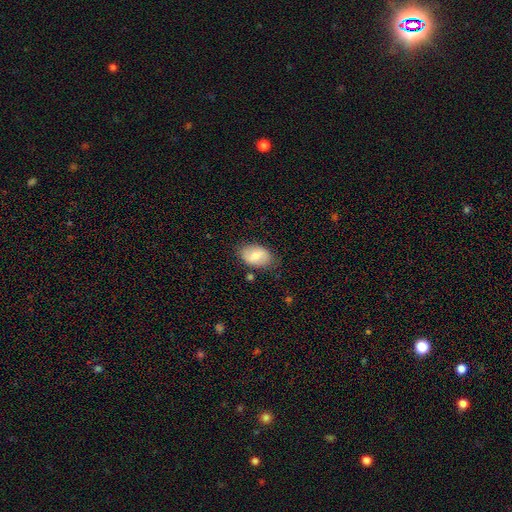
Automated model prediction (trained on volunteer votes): Overall: smooth (63%; featured or disk 31%). How rounded: in between (86%). Merging: none (79%).